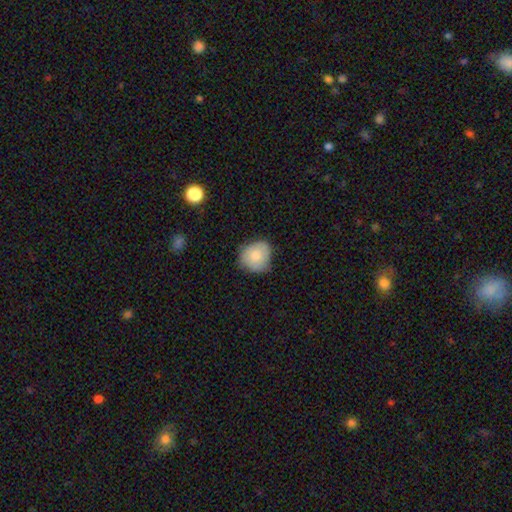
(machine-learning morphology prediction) Overall: smooth (80%). How rounded: round (76%). Merging: none (64%; minor disturbance 30%).